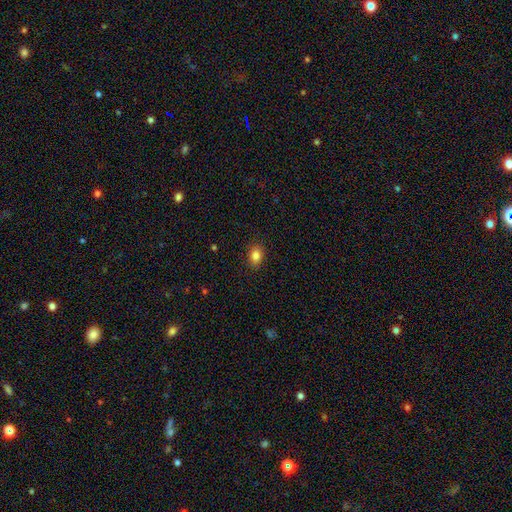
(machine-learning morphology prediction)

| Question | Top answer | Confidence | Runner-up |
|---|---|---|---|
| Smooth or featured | smooth | 84% | star or artifact (10%) |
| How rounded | in between | 68% | round (31%) |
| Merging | none | 89% | minor disturbance (8%) |